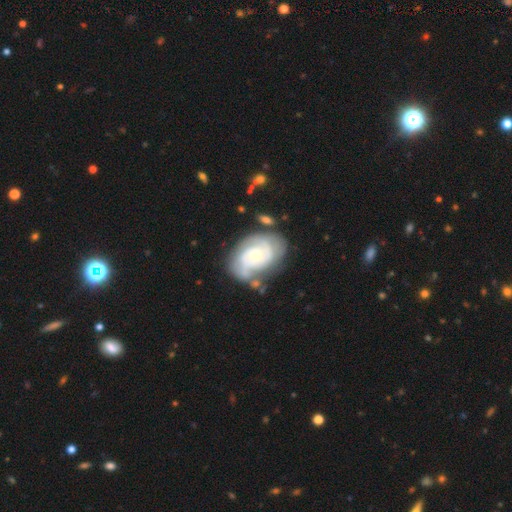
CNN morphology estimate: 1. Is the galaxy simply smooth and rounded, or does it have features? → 80% featured or disk, 15% smooth, 5% star or artifact.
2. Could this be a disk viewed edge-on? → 97% no, 3% yes.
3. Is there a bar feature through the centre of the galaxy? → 73% no, 22% weak, 5% strong.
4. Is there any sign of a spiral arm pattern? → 90% yes, 10% no.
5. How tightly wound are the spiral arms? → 62% tight, 29% medium, 9% loose.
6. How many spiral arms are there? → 47% 2, 30% can't tell, 12% 3, 5% 1, 4% 4, 3% more than 4.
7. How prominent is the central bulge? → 56% small, 39% moderate, 3% large, 1% none, 1% dominant.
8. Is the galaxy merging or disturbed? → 60% none, 22% minor disturbance, 10% major disturbance, 7% merger.